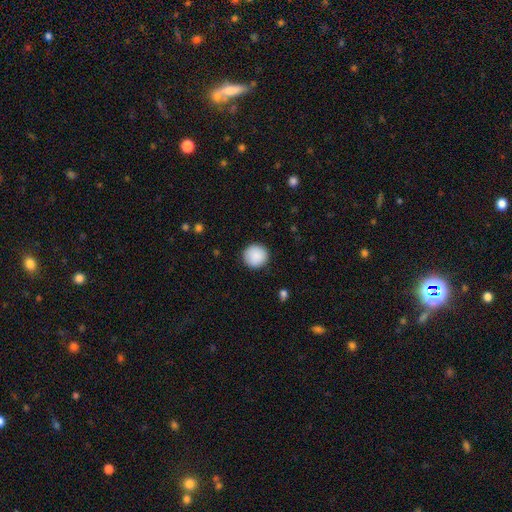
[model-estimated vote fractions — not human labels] The model was most divided on "smooth or featured": smooth: 90%, star or artifact: 7%, featured or disk: 3%. More confident: how rounded — round (95%); merging — none (91%).